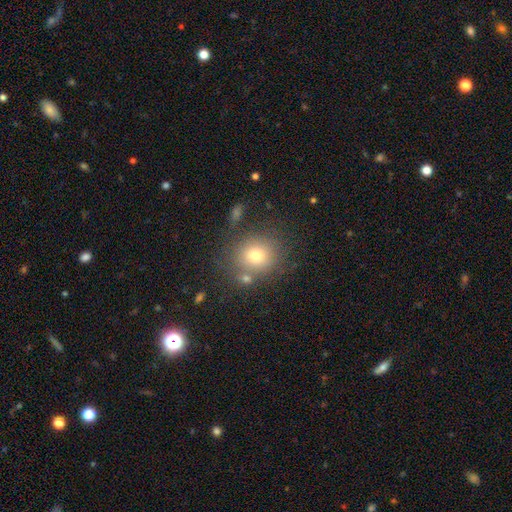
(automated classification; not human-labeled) This appears to be a smooth galaxy with no disk features (72%) that is round (83%). Merging: none (74%).